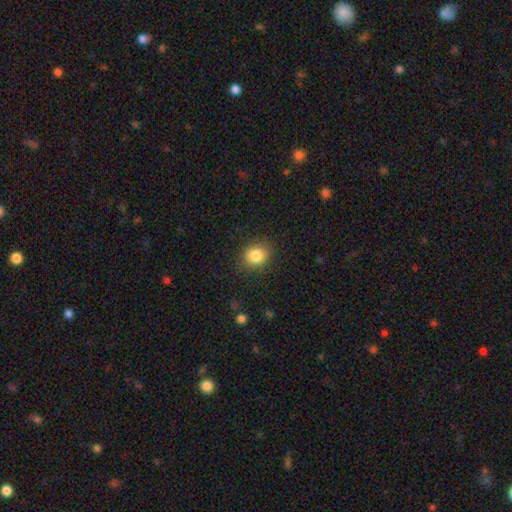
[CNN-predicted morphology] Smooth or featured?
  - smooth: 84% *
  - star or artifact: 10%
  - featured or disk: 6%
How rounded?
  - round: 63% *
  - in between: 36%
  - cigar-shaped: 1%
Merging?
  - none: 86% *
  - minor disturbance: 10%
  - major disturbance: 3%
  - merger: 1%